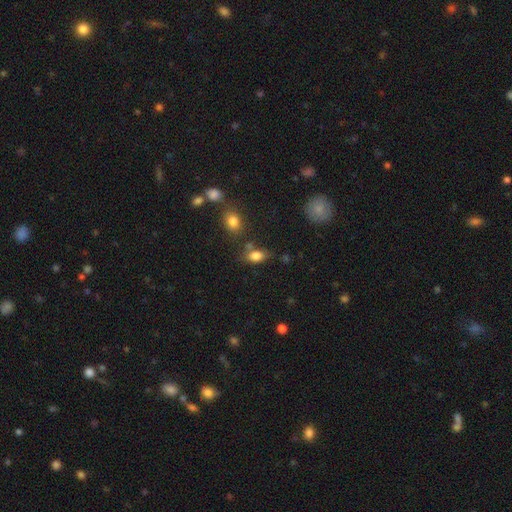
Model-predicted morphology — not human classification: Smooth or featured? Predicted: smooth (p=0.81). How rounded? Predicted: in between (p=0.85). Merging? Predicted: none (p=0.62).